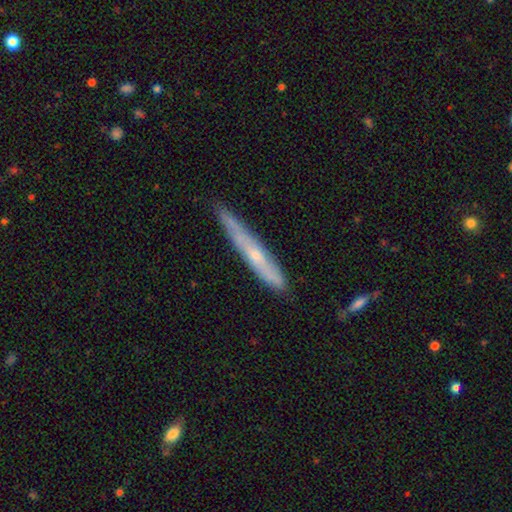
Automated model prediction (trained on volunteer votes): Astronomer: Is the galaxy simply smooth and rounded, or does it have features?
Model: featured or disk — 52% (runner-up: smooth, 42%).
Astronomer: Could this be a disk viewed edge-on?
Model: yes — 85%.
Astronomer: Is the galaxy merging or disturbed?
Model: none — 74%.